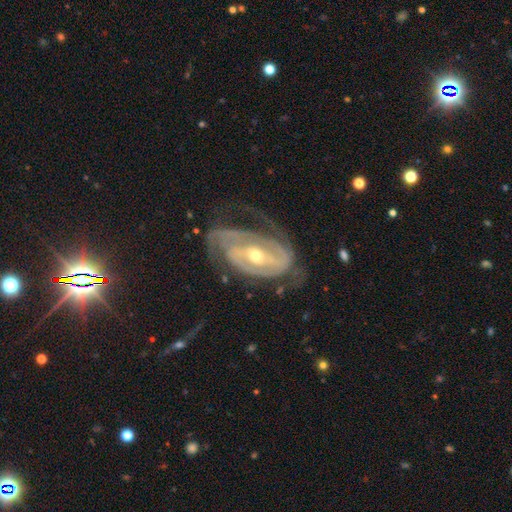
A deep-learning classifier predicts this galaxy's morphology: smooth-or-featured: featured or disk: 86% | star or artifact: 8% | smooth: 6%
  disk-edge-on: no: 95% | yes: 5%
    bar: weak: 37% | no: 34% | strong: 28%
    has-spiral-arms: yes: 96% | no: 4%
      spiral-winding: tight: 62% | medium: 31% | loose: 7%
      spiral-arm-count: 2: 43% | 3: 20% | can't tell: 20% | 4: 6% | 1: 6% | more than 4: 5%
    bulge-size: moderate: 52% | small: 44% | large: 2% | none: 1% | dominant: 1%
  merging: none: 64% | minor disturbance: 20% | major disturbance: 14% | merger: 2%